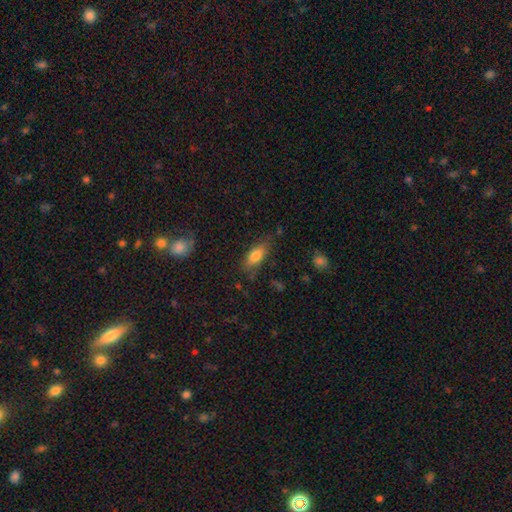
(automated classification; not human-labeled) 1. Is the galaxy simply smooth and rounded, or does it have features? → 77% smooth, 15% featured or disk, 8% star or artifact.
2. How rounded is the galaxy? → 78% in between, 19% cigar-shaped, 3% round.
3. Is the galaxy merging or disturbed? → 71% none, 21% minor disturbance, 6% major disturbance, 3% merger.